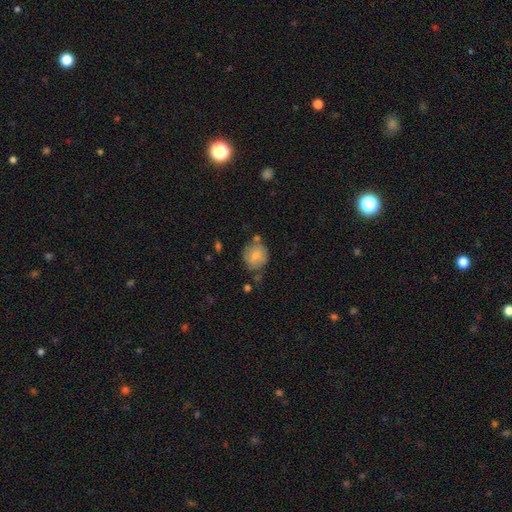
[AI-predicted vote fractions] Smooth or featured: smooth — 75% (featured or disk — 17%)
How rounded: round — 76% (in between — 23%)
Merging: none — 61% (minor disturbance — 22%)